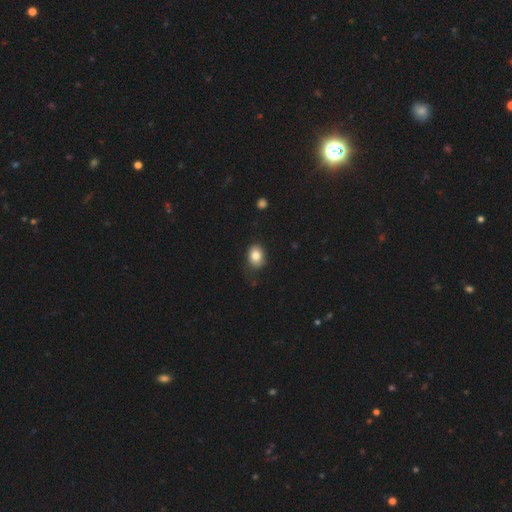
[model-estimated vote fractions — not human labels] smooth_or_featured: smooth (p=0.83) [alt: star or artifact p=0.09]
how_rounded: in between (p=0.62) [alt: round p=0.37]
merging: none (p=0.72) [alt: minor disturbance p=0.21]